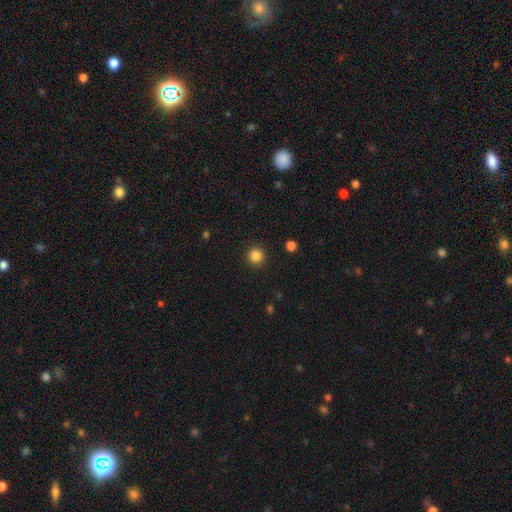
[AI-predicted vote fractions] The model was most divided on "smooth or featured": smooth: 85%, star or artifact: 12%, featured or disk: 4%. More confident: how rounded — round (95%); merging — none (92%).